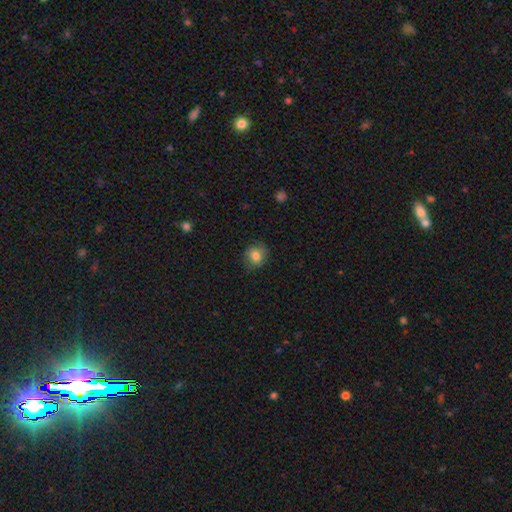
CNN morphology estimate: This is clearly a smooth galaxy (82%). How rounded: likely round (75%). Merging: clearly none (82%).